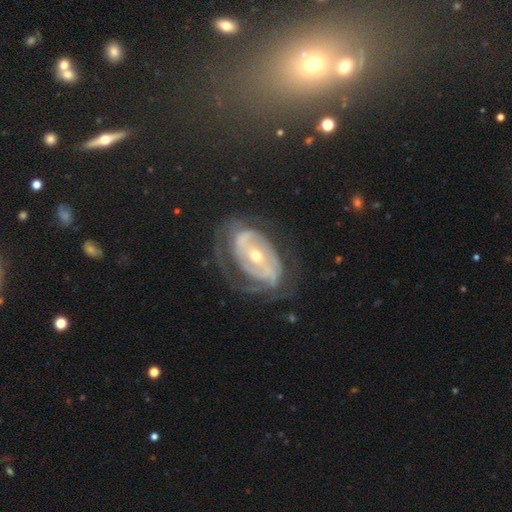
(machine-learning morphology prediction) Smooth or featured: featured or disk — 84% (smooth — 8%)
Edge-on disk: no — 96% (yes — 4%)
Bar: no — 40% (weak — 32%)
Spiral arms: yes — 87% (no — 13%)
Spiral winding: tight — 58% (medium — 30%)
Spiral arm count: 2 — 42% (can't tell — 30%)
Bulge size: moderate — 51% (small — 45%)
Merging: none — 60% (minor disturbance — 20%)